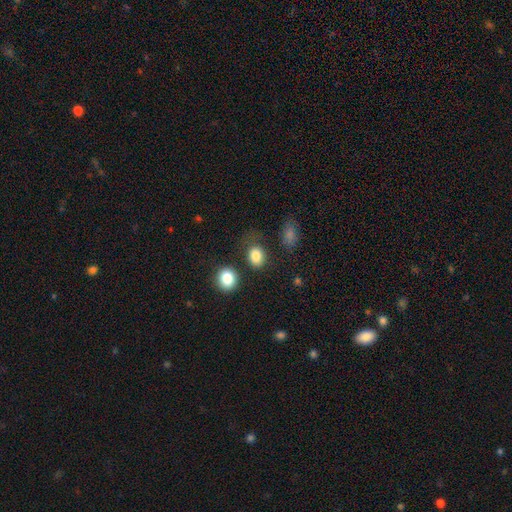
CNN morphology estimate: Smooth or featured: smooth — 85% (star or artifact — 10%)
How rounded: in between — 58% (round — 40%)
Merging: none — 70% (minor disturbance — 16%)